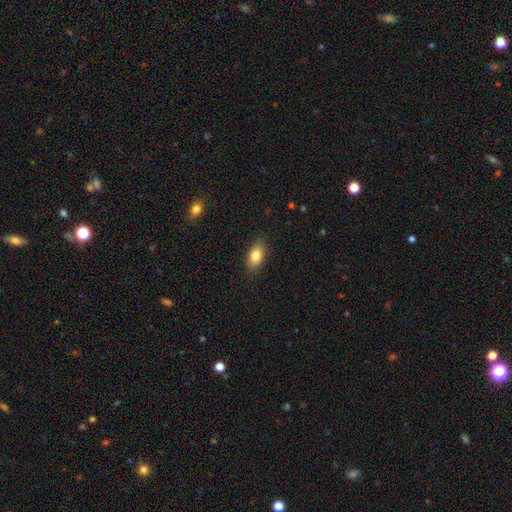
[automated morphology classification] Smooth or featured?
  - smooth: 82% *
  - featured or disk: 11%
  - star or artifact: 8%
How rounded?
  - in between: 88% *
  - round: 7%
  - cigar-shaped: 5%
Merging?
  - none: 87% *
  - minor disturbance: 10%
  - major disturbance: 2%
  - merger: 1%